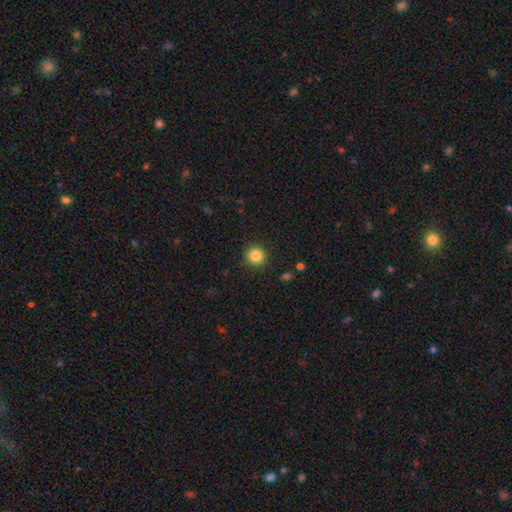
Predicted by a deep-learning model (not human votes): A smooth galaxy with no disk features (85%) that is round (93%). Merging: none (90%).